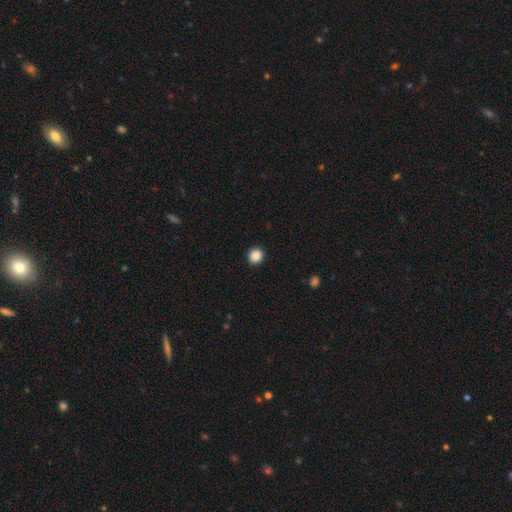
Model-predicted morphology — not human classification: The model was most divided on "smooth or featured": smooth: 87%, star or artifact: 10%, featured or disk: 3%. More confident: merging — none (92%); how rounded — round (90%).